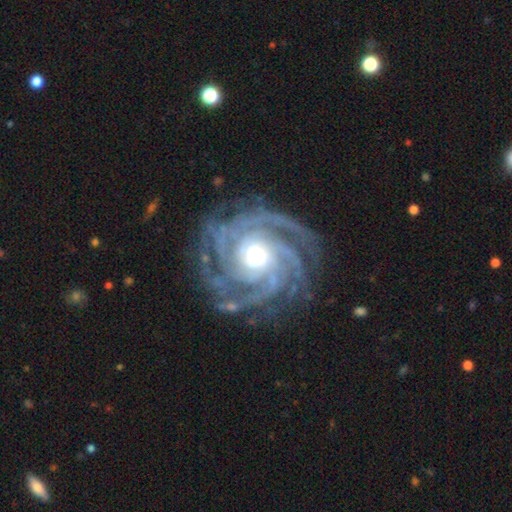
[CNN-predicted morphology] type=featured or disk (93%); edge-on=no (98%); bar=no (67%); spiral arms=yes (99%); winding=tight (73%); arm count=4 (28%); bulge=moderate (56%); merging=none (78%).